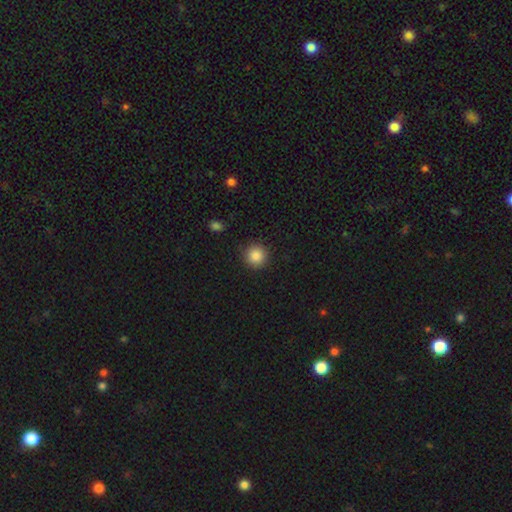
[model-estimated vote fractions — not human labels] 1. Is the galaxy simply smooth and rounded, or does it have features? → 86% smooth, 10% star or artifact, 4% featured or disk.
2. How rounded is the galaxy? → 95% round, 5% in between, 1% cigar-shaped.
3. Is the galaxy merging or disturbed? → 90% none, 7% minor disturbance, 2% major disturbance, 1% merger.